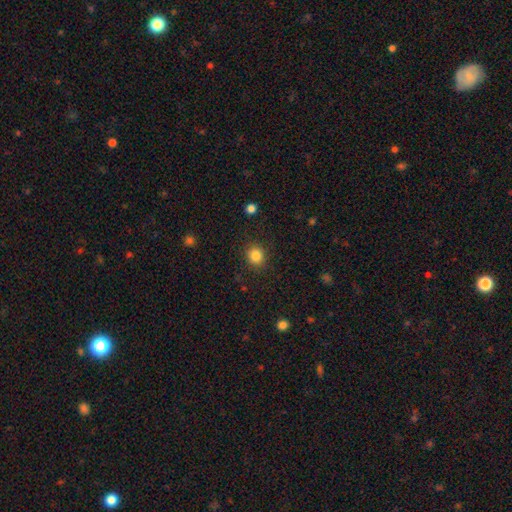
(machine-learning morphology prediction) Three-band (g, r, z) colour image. It shows a smooth galaxy with no disk features (84%) that is round (83%). Merging: none (88%).